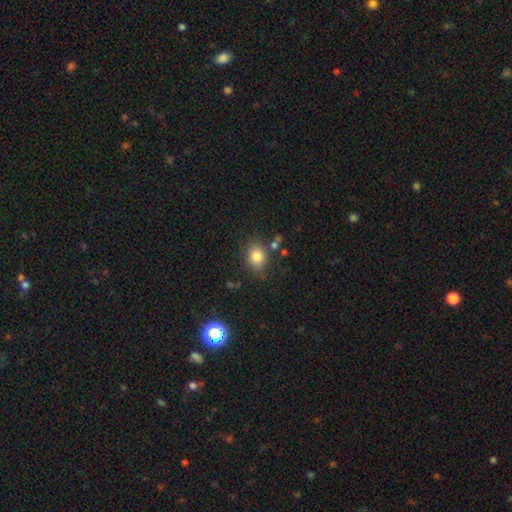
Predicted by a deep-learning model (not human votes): smooth-or-featured: smooth: 81% | star or artifact: 11% | featured or disk: 8%
  how-rounded: in between: 50% | round: 49% | cigar-shaped: 1%
  merging: none: 77% | minor disturbance: 13% | merger: 6% | major disturbance: 4%